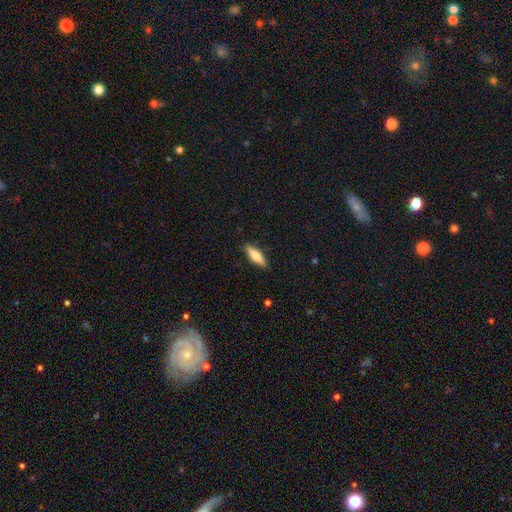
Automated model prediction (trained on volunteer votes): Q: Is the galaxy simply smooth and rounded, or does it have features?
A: smooth — 72%.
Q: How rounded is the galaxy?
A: cigar-shaped — 54%.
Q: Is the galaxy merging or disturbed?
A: none — 87%.